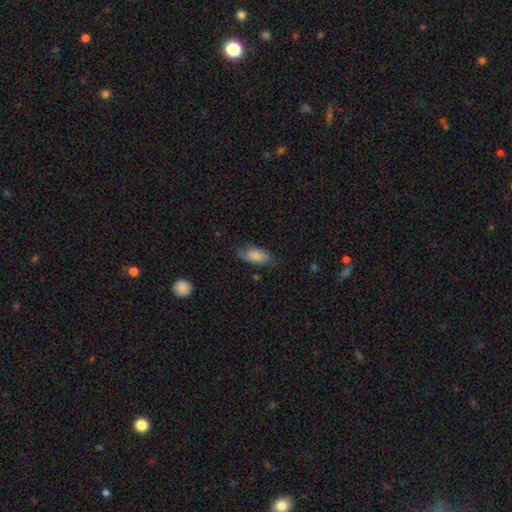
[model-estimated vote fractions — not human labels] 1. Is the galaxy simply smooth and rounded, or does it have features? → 81% smooth, 12% featured or disk, 7% star or artifact.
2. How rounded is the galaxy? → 89% in between, 8% cigar-shaped, 3% round.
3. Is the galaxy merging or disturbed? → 68% none, 24% minor disturbance, 6% major disturbance, 1% merger.